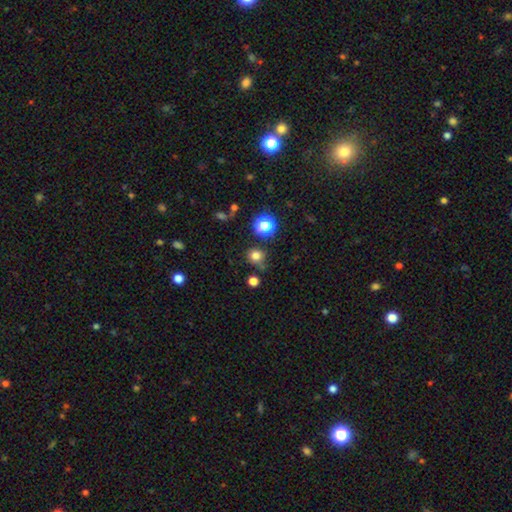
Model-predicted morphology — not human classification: smooth 78%, star or artifact 17%, featured or disk 6%. Down the decision tree: how rounded — round (87%); merging — none (74%).